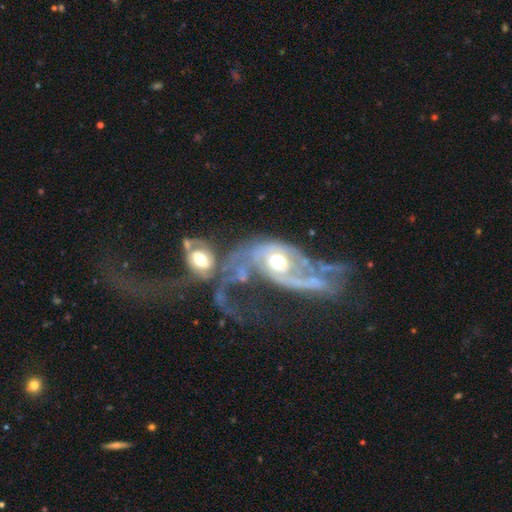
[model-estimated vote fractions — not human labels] featured or disk 81%, smooth 11%, star or artifact 8%. Down the decision tree: edge-on disk — no (95%); bar — no (69%); spiral arms — yes (78%); spiral arm count — 2 (49%); spiral winding — loose (56%); bulge size — moderate (69%); merging — merger (55%).